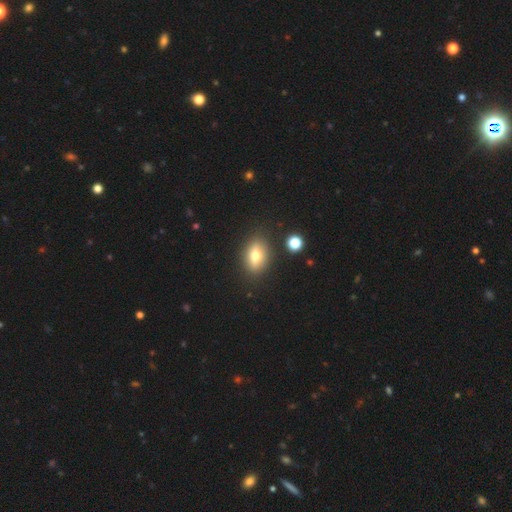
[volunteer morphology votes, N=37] Q: Smooth or featured?
A: smooth (70%); runner-up: featured or disk (19%)
Q: How rounded?
A: in between (85%); runner-up: round (8%)
Q: Merging?
A: none (88%); runner-up: minor disturbance (9%)